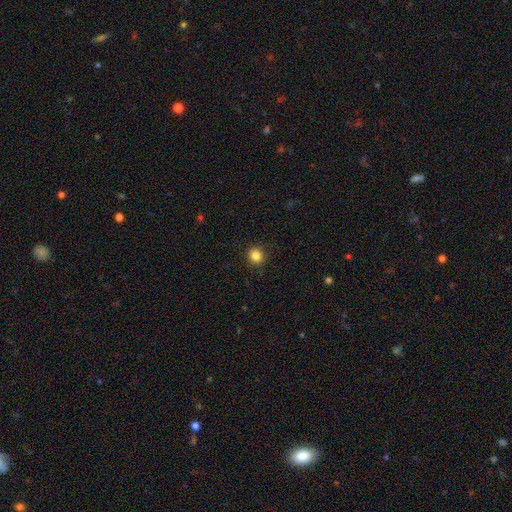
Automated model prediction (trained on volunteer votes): Smooth or featured? Predicted: smooth (p=0.85). How rounded? Predicted: round (p=0.87). Merging? Predicted: none (p=0.90).